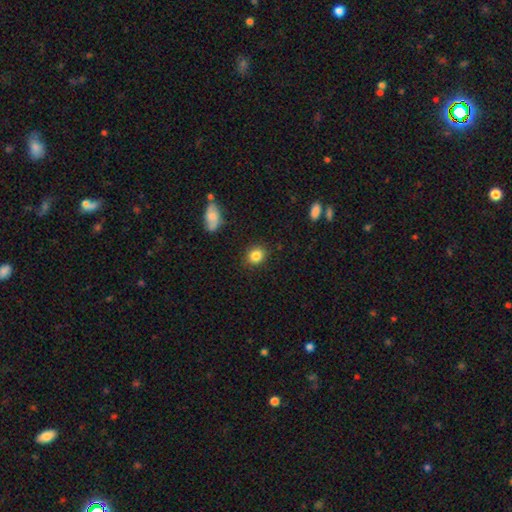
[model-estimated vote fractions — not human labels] Morphology: type=smooth (85%); roundness=round (70%); merging=none (85%).